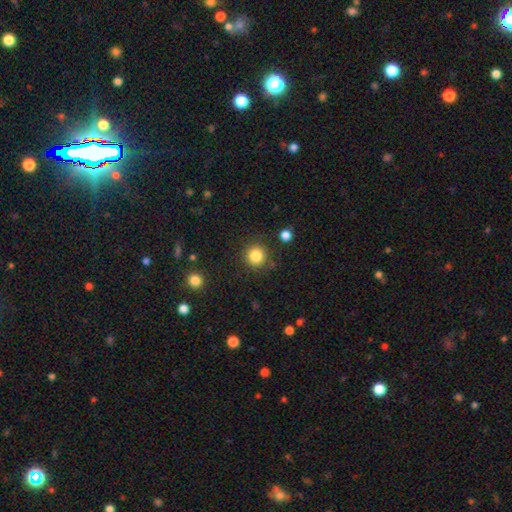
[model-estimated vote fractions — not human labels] Smooth or featured? Predicted: smooth (p=0.84). How rounded? Predicted: round (p=0.93). Merging? Predicted: none (p=0.87).